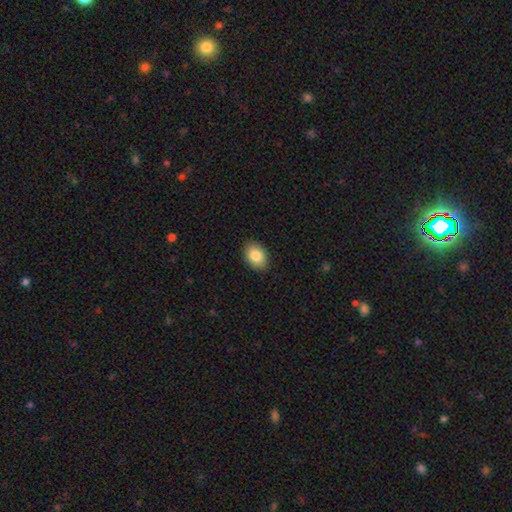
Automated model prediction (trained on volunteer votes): This appears to be a smooth galaxy with no disk features (85%) that is in between round and cigar-shaped (81%). Merging: none (89%).